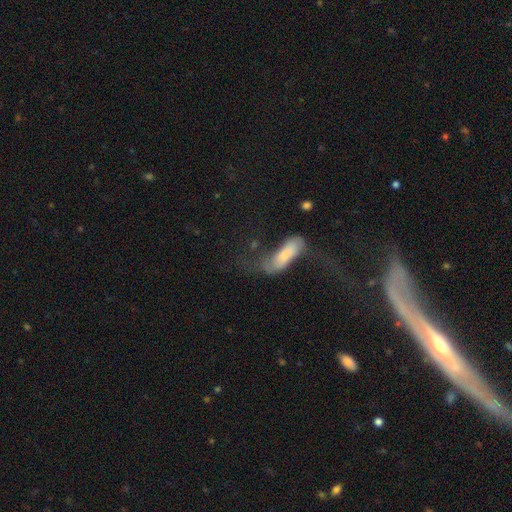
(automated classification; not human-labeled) The model was most divided on "merging": major disturbance: 35%, none: 30%, merger: 19%, minor disturbance: 15%. More confident: edge-on disk — no (74%); smooth or featured — featured or disk (55%).